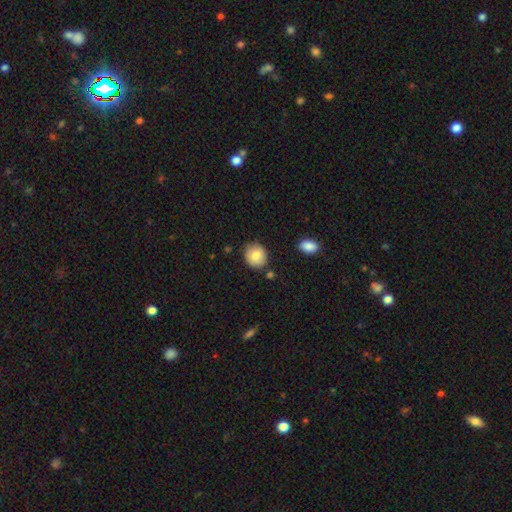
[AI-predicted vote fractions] This appears to be a smooth galaxy with no disk features (83%) that is round (77%). Merging: none (80%).